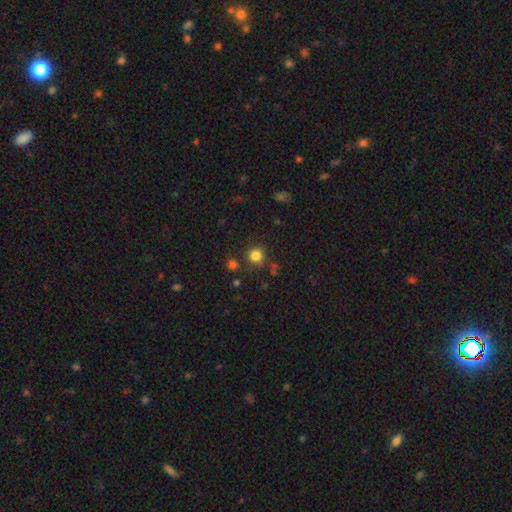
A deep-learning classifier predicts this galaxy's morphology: Smooth or featured: smooth — 82% (star or artifact — 13%)
How rounded: round — 93% (in between — 6%)
Merging: none — 82% (minor disturbance — 9%)